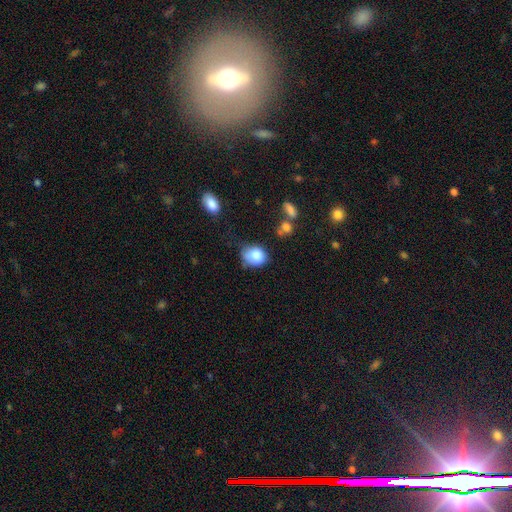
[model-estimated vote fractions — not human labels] smooth-or-featured: smooth: 83% | star or artifact: 8% | featured or disk: 8%
  how-rounded: round: 51% | in between: 49% | cigar-shaped: 1%
  merging: none: 47% | minor disturbance: 35% | major disturbance: 11% | merger: 7%